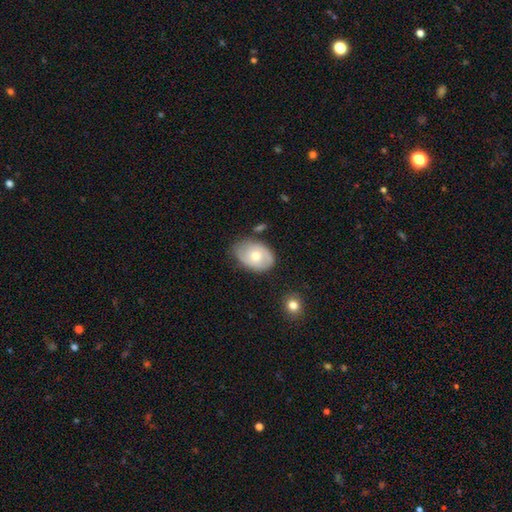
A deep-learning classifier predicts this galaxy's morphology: smooth_or_featured: smooth (p=0.48) [alt: featured or disk p=0.46]
merging: none (p=0.67) [alt: minor disturbance p=0.25]